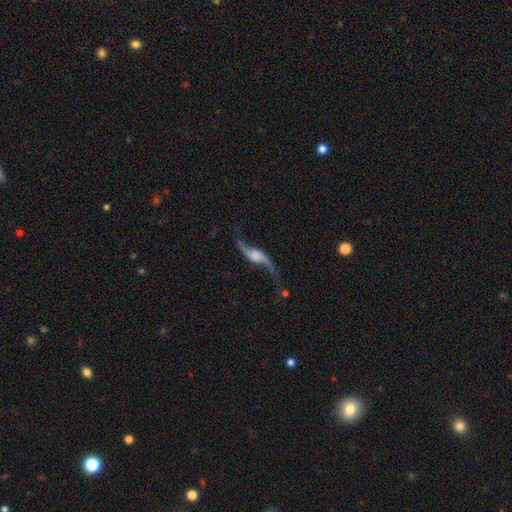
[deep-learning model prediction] Smooth or featured? Predicted: featured or disk (p=0.86). Edge-on disk? Predicted: no (p=0.85). Bar? Predicted: no (p=0.55). Spiral arms? Predicted: yes (p=0.95). Spiral winding? Predicted: loose (p=0.93). Spiral arm count? Predicted: 2 (p=0.93). Bulge size? Predicted: none (p=0.34). Merging? Predicted: none (p=0.66).